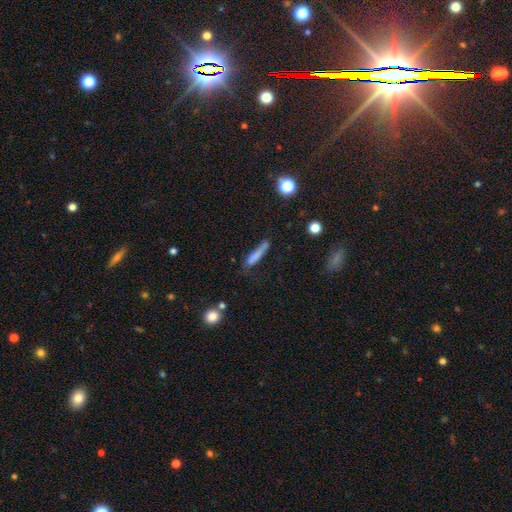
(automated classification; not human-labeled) Smooth or featured?
  - smooth: 74% *
  - featured or disk: 17%
  - star or artifact: 9%
How rounded?
  - cigar-shaped: 85% *
  - in between: 12%
  - round: 2%
Merging?
  - none: 54% *
  - minor disturbance: 28%
  - major disturbance: 11%
  - merger: 7%